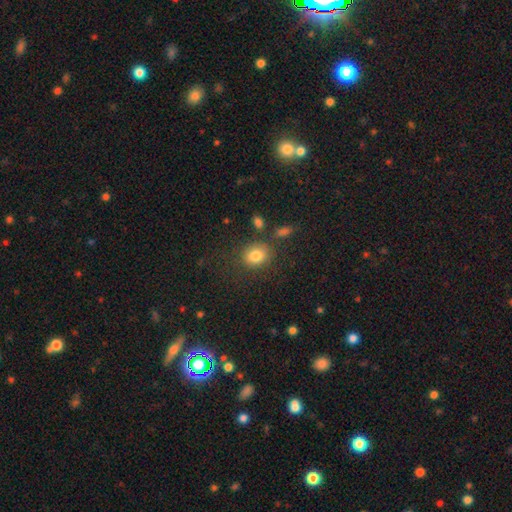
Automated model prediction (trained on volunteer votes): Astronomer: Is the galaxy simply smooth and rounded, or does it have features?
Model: smooth — 82%.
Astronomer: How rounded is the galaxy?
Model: round — 55% (runner-up: in between, 44%).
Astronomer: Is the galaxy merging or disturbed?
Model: none — 74%.